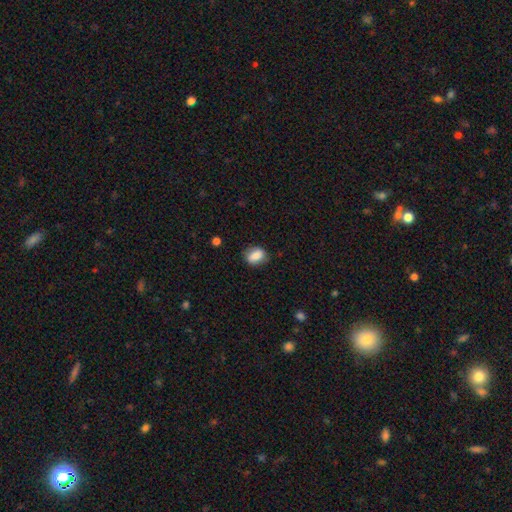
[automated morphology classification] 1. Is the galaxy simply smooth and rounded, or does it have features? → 82% smooth, 10% featured or disk, 8% star or artifact.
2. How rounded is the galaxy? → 64% in between, 33% round, 2% cigar-shaped.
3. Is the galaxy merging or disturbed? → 79% none, 15% minor disturbance, 4% major disturbance, 1% merger.